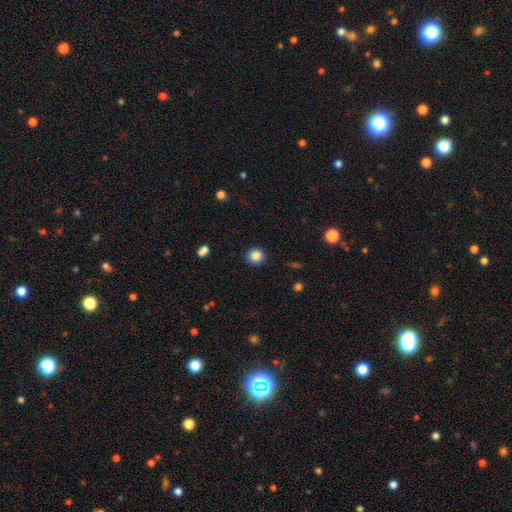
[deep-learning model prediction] Overall: smooth (86%). How rounded: round (91%). Merging: none (91%).